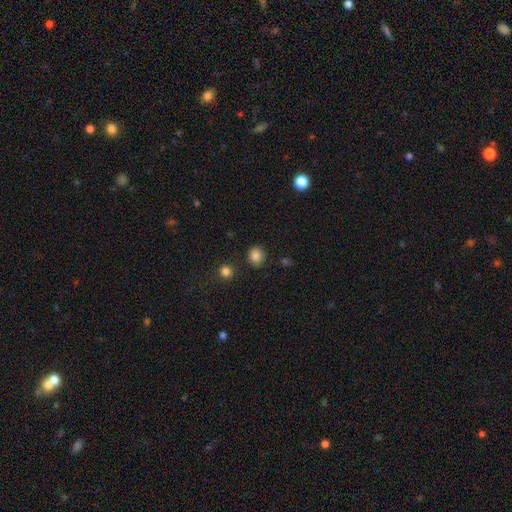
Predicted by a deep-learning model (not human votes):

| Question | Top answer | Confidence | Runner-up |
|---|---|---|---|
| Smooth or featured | smooth | 85% | star or artifact (11%) |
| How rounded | round | 81% | in between (18%) |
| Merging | none | 86% | minor disturbance (9%) |